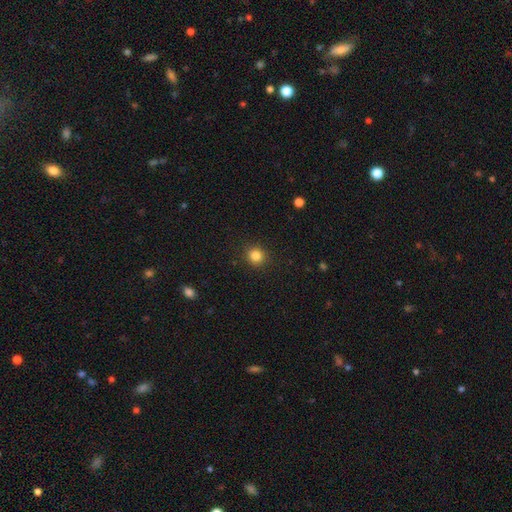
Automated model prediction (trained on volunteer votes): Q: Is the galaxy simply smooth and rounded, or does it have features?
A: smooth — 84%.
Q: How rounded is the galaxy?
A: round — 92%.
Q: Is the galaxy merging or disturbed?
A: none — 92%.